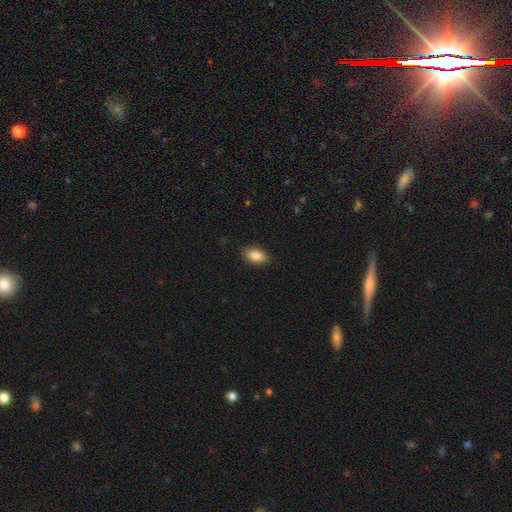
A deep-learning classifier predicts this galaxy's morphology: type=smooth (86%); roundness=in between (91%); merging=none (86%).